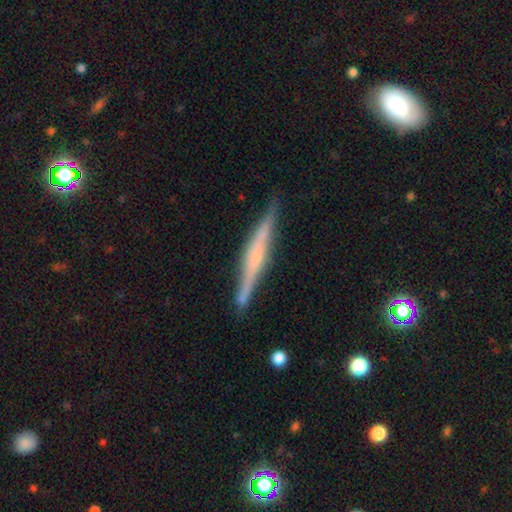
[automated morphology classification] type=featured or disk (69%); edge-on=yes (97%); edge-on bulge=rounded (43%); merging=none (86%).